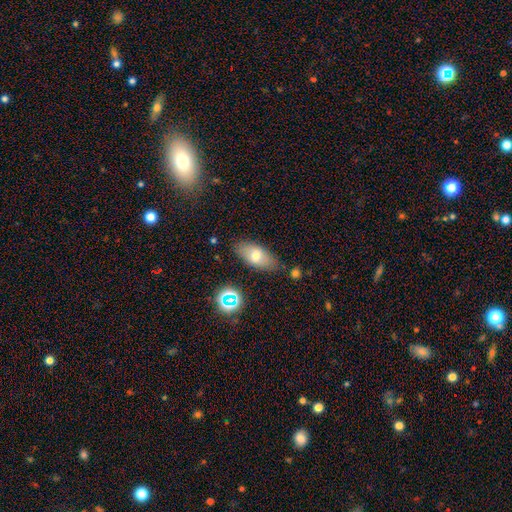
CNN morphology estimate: The model was most divided on "smooth or featured": smooth: 69%, featured or disk: 22%, star or artifact: 10%. More confident: how rounded — in between (85%); merging — none (80%).